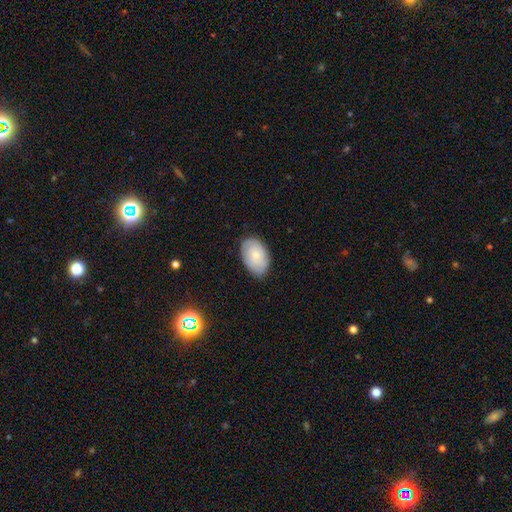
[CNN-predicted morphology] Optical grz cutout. It shows a smooth galaxy with no disk features (57%) that is in between round and cigar-shaped (90%). Merging: none (76%).